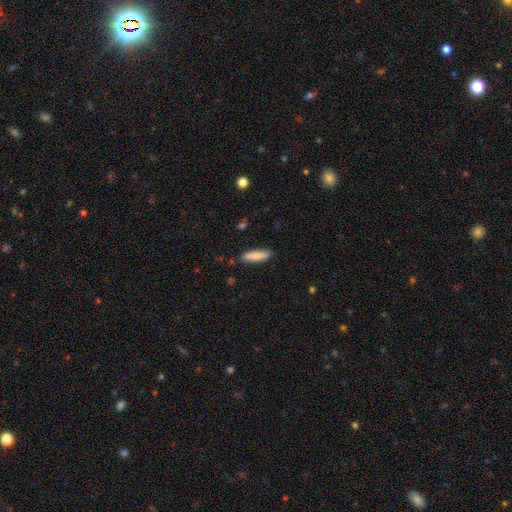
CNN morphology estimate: The model was most divided on "how rounded": cigar-shaped: 67%, in between: 32%, round: 2%. More confident: merging — none (84%); smooth or featured — smooth (84%).